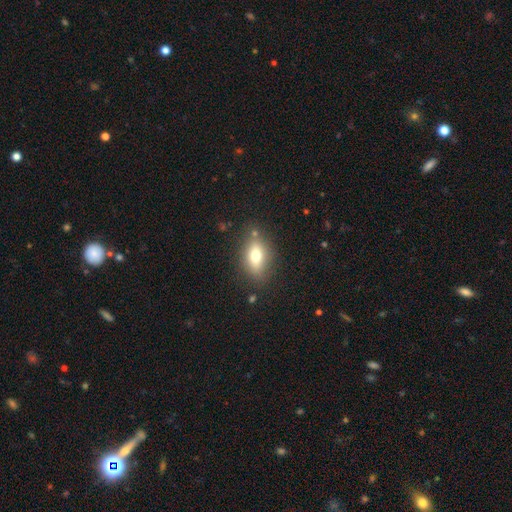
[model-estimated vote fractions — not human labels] Morphology: type=smooth (73%); roundness=in between (83%); merging=none (77%).